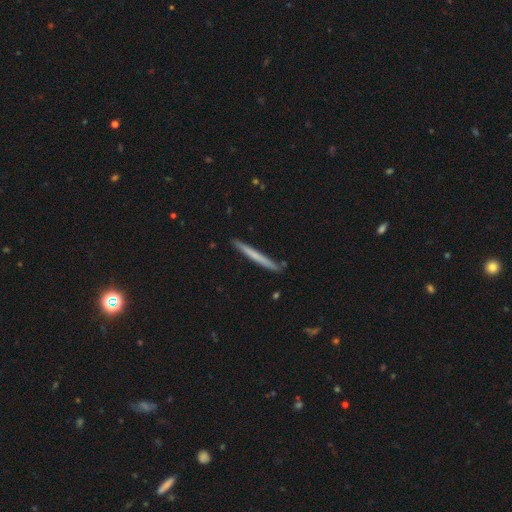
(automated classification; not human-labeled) Smooth or featured? smooth (60%)
How rounded? cigar-shaped (97%)
Merging? none (90%)